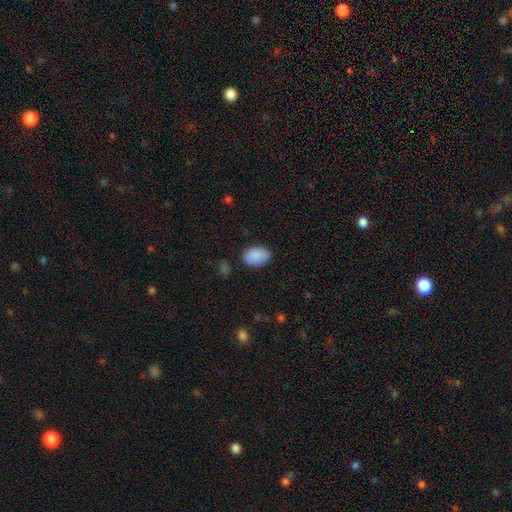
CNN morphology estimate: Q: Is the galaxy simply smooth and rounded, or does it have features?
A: smooth — 90%.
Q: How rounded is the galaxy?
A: in between — 85%.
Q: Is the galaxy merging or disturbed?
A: none — 85%.